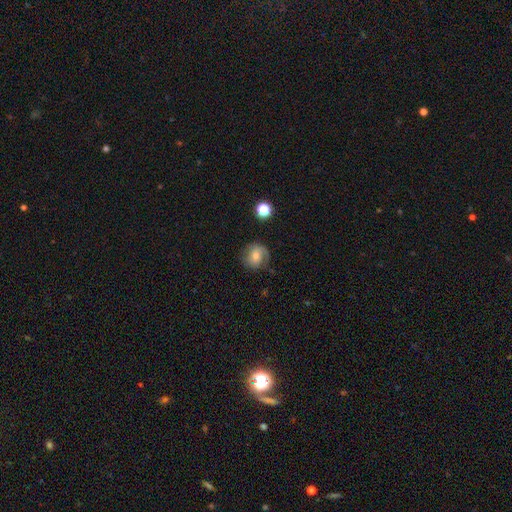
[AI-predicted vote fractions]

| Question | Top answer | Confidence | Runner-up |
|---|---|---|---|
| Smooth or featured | smooth | 47% | featured or disk (43%) |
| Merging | none | 65% | minor disturbance (21%) |